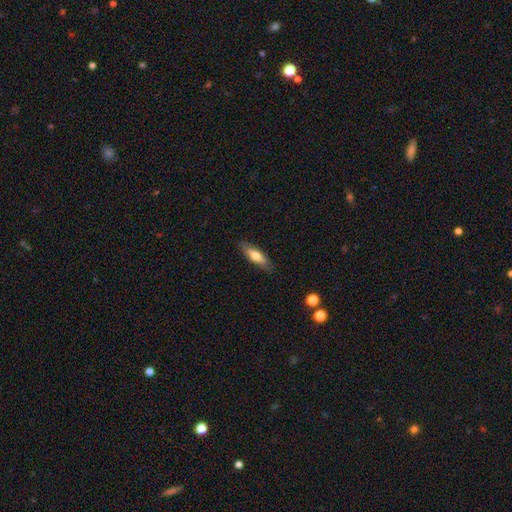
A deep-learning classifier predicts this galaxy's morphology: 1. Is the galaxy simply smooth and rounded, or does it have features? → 67% smooth, 27% featured or disk, 6% star or artifact.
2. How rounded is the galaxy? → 54% cigar-shaped, 44% in between, 2% round.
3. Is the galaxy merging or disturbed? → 84% none, 12% minor disturbance, 3% major disturbance, 1% merger.